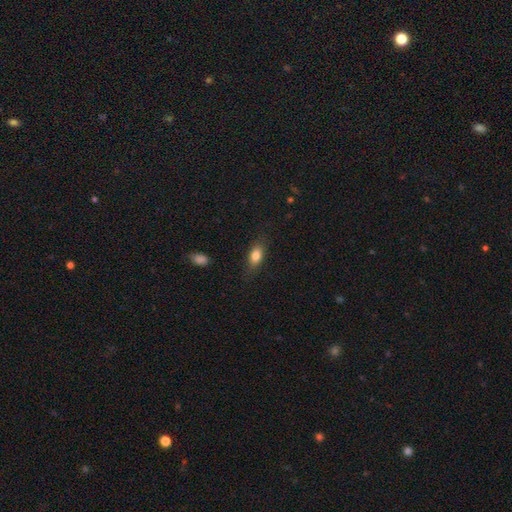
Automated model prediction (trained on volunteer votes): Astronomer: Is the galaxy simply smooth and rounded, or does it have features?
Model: smooth — 79%.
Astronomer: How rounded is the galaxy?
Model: in between — 79%.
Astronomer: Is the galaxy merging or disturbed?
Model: none — 78%.